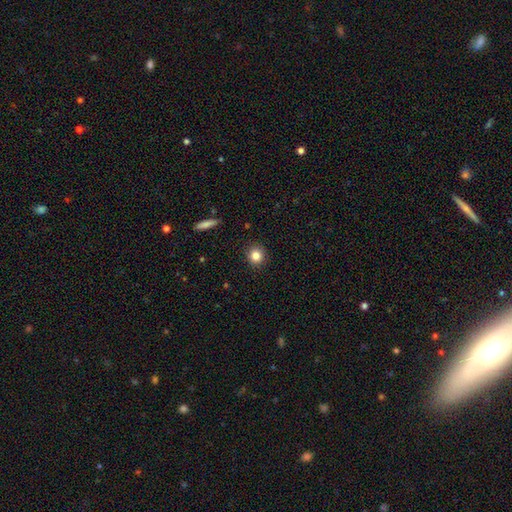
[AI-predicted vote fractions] smooth_or_featured: smooth (p=0.83) [alt: star or artifact p=0.11]
how_rounded: round (p=0.90) [alt: in between p=0.08]
merging: none (p=0.91) [alt: minor disturbance p=0.06]